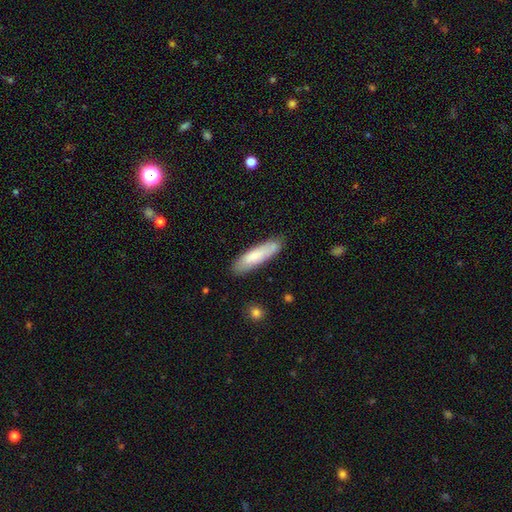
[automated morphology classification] This appears to be a smooth galaxy with no disk features (73%) that is cigar-shaped (68%). Merging: none (81%).